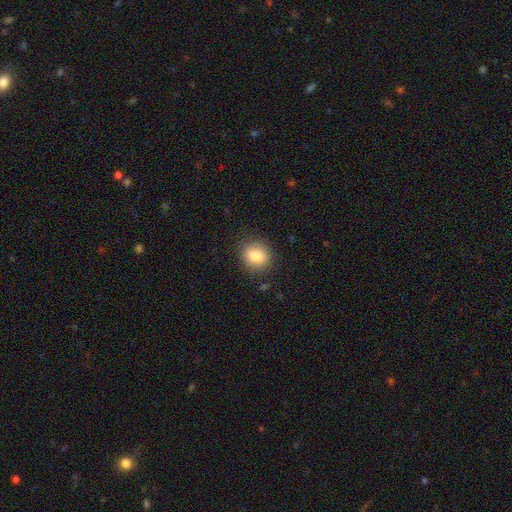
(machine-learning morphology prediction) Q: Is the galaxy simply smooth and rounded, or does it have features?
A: smooth — 85%.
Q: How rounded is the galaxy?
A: round — 60%.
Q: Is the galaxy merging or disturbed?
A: none — 84%.